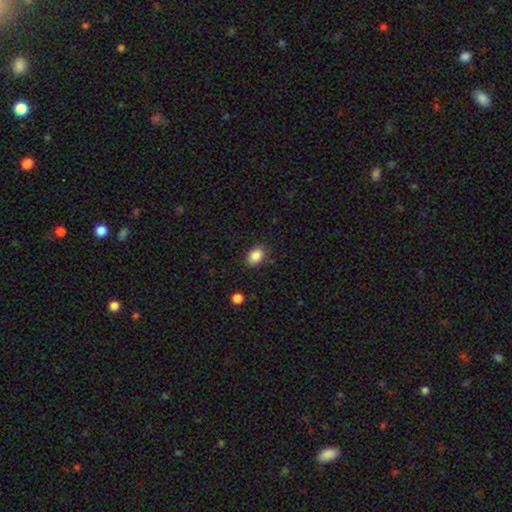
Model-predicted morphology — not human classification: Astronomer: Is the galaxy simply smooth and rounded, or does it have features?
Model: smooth — 87%.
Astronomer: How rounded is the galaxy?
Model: in between — 75%.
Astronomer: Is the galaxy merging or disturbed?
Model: none — 84%.